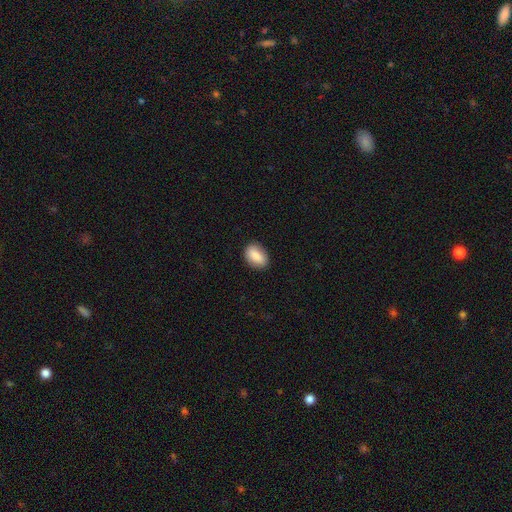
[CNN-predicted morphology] Smooth or featured?
  - smooth: 85% *
  - featured or disk: 8%
  - star or artifact: 7%
How rounded?
  - in between: 83% *
  - round: 15%
  - cigar-shaped: 2%
Merging?
  - none: 86% *
  - minor disturbance: 11%
  - major disturbance: 2%
  - merger: 1%